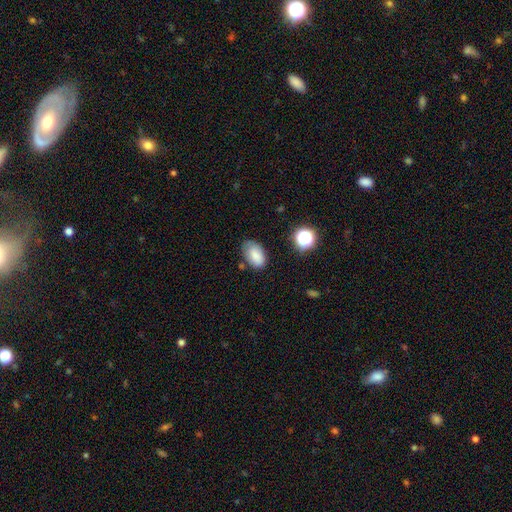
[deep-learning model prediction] This appears to be a smooth galaxy with no disk features (82%) that is in between round and cigar-shaped (91%). Merging: none (66%).